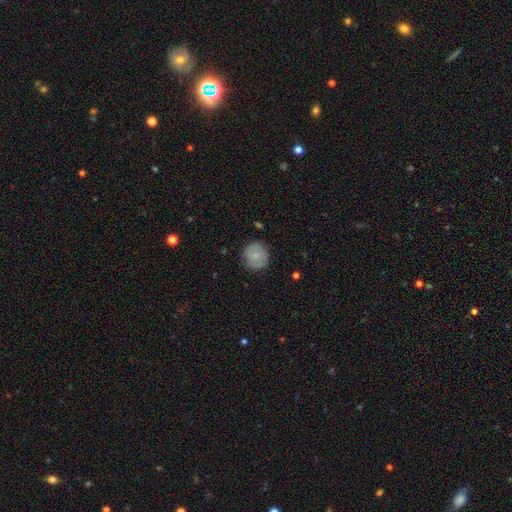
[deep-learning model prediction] Smooth or featured? Predicted: smooth (p=0.75). How rounded? Predicted: round (p=0.88). Merging? Predicted: none (p=0.82).